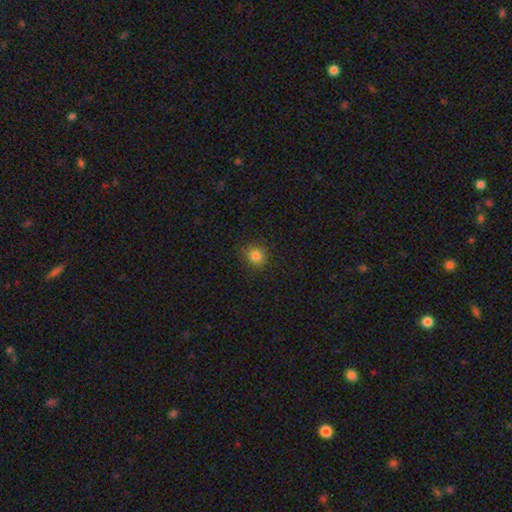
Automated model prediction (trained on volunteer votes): The model was most divided on "smooth or featured": smooth: 82%, star or artifact: 13%, featured or disk: 5%. More confident: merging — none (86%); how rounded — round (84%).